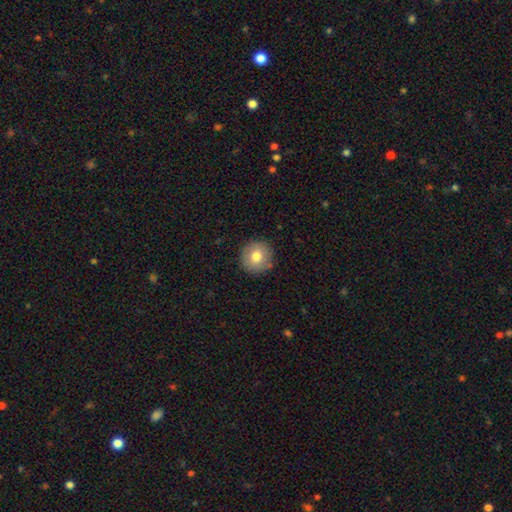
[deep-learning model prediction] This appears to be a smooth galaxy with no disk features (78%) that is round (94%). Merging: none (89%).